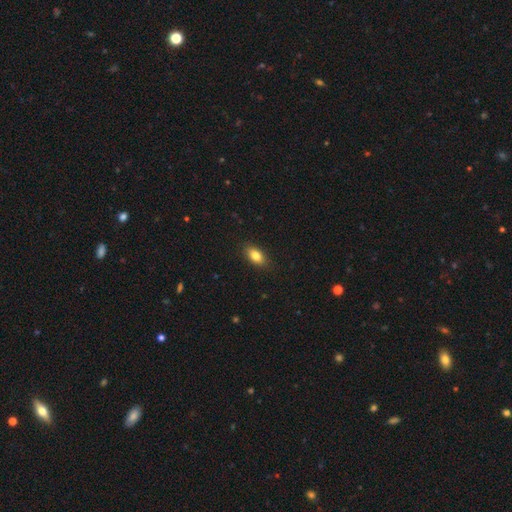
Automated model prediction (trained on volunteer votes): This is clearly a smooth galaxy (83%). How rounded: clearly in between (88%). Merging: clearly none (87%).